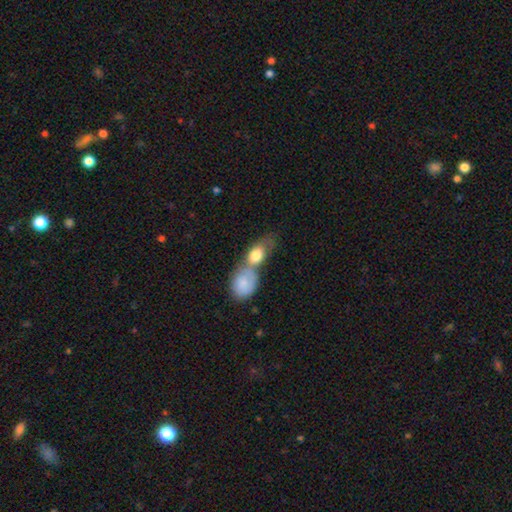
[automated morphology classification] Overall: smooth (76%). How rounded: in between (76%). Merging: merger (66%).